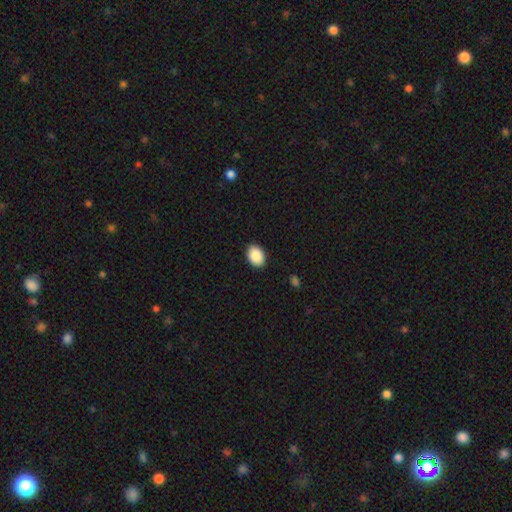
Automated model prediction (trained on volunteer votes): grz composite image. It shows a smooth galaxy with no disk features (89%) that is in between round and cigar-shaped (78%). Merging: none (90%).